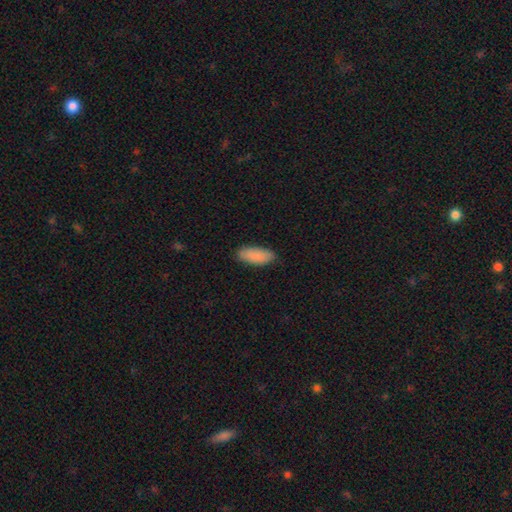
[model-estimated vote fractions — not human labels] Q: Smooth or featured?
A: smooth (89%); runner-up: star or artifact (6%)
Q: How rounded?
A: in between (77%); runner-up: cigar-shaped (21%)
Q: Merging?
A: none (83%); runner-up: minor disturbance (14%)